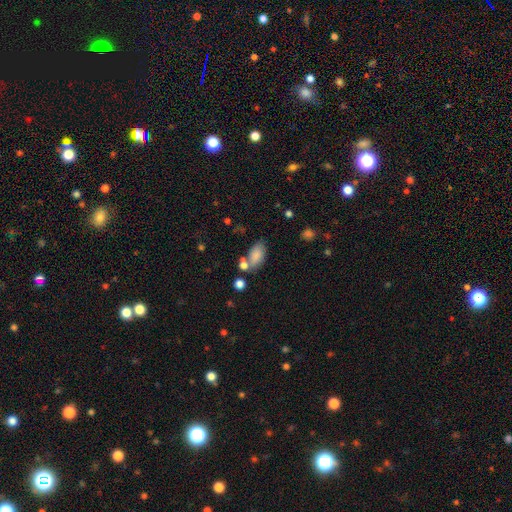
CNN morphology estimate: smooth 80%, featured or disk 11%, star or artifact 9%. Down the decision tree: how rounded — in between (91%); merging — none (52%).